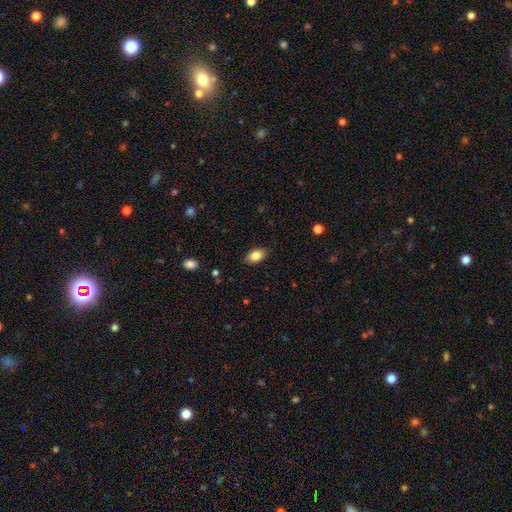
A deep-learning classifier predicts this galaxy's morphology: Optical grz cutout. It shows a smooth galaxy with no disk features (83%) that is in between round and cigar-shaped (90%). Merging: none (87%).